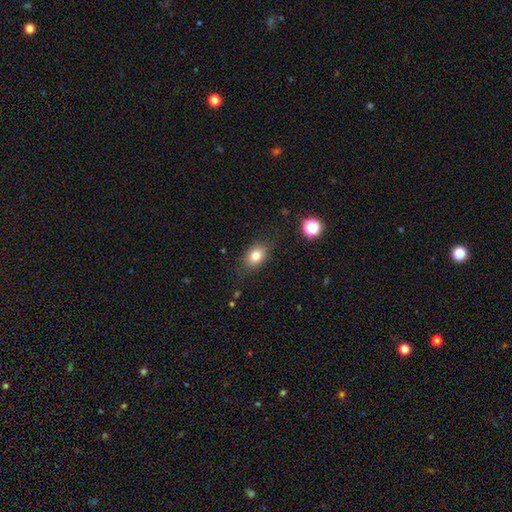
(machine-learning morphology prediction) The model was most divided on "how rounded": in between: 77%, round: 22%, cigar-shaped: 1%. More confident: merging — none (83%); smooth or featured — smooth (81%).